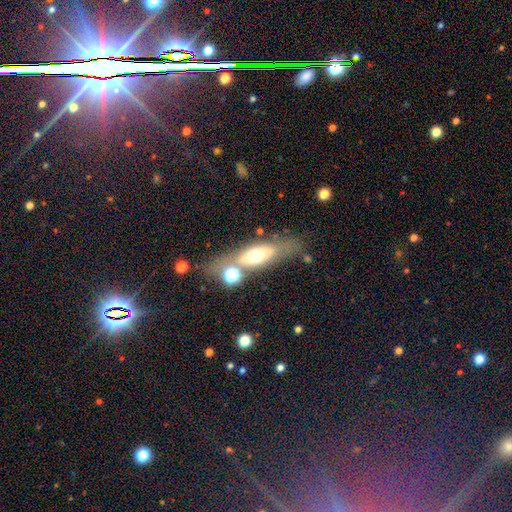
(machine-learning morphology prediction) type=smooth (48%); merging=none (61%).